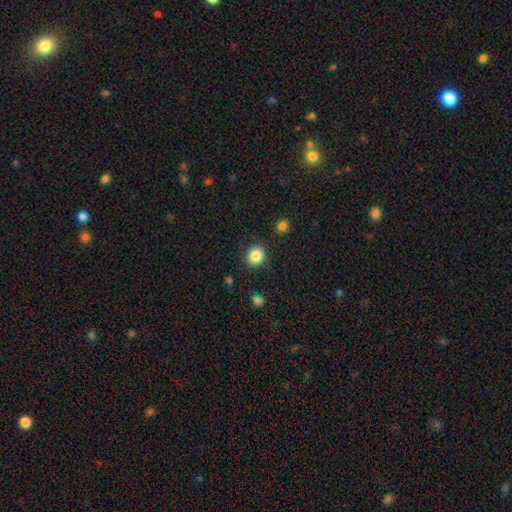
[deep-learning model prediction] This appears to be a smooth galaxy with no disk features (85%) that is round (78%). Merging: none (88%).